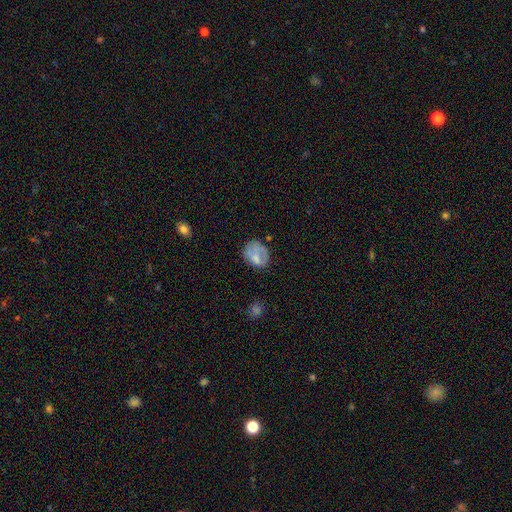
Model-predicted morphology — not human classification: smooth 65%, featured or disk 26%, star or artifact 9%. Down the decision tree: how rounded — in between (54%); merging — none (51%).